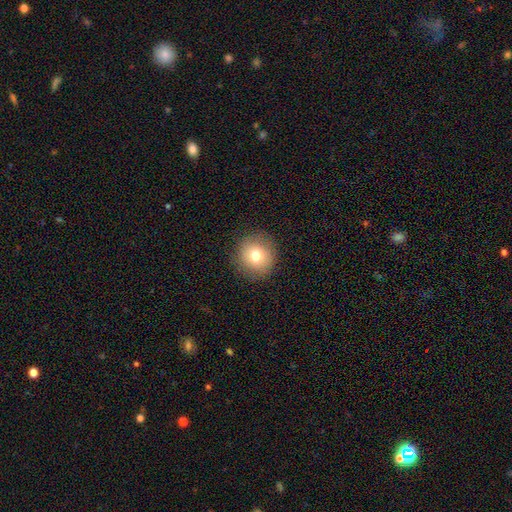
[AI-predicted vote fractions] Smooth or featured? smooth (77%)
How rounded? round (88%)
Merging? none (88%)